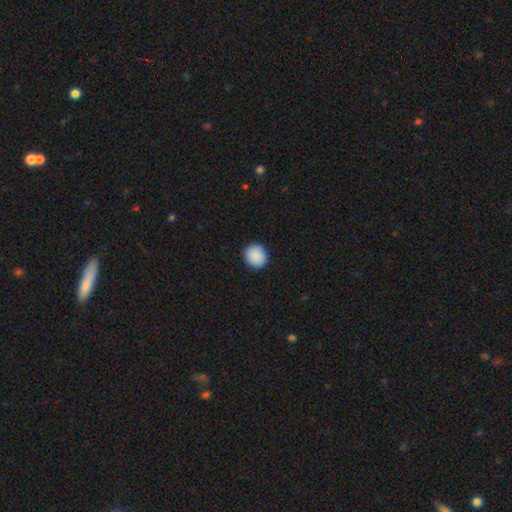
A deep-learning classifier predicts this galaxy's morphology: type=smooth (89%); roundness=round (89%); merging=none (92%).